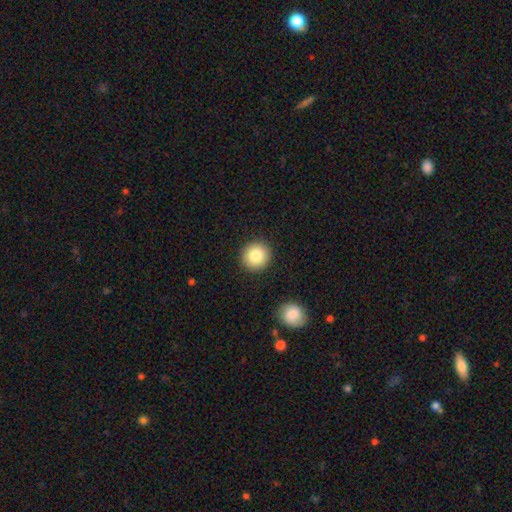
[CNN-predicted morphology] A smooth galaxy with no disk features (83%) that is round (94%).

Vote fractions:
- Smooth or featured? smooth: 83% / star or artifact: 9% / featured or disk: 8%
- How rounded? round: 94% / in between: 5% / cigar-shaped: 1%
- Merging? none: 91% / minor disturbance: 5% / major disturbance: 2% / merger: 2%